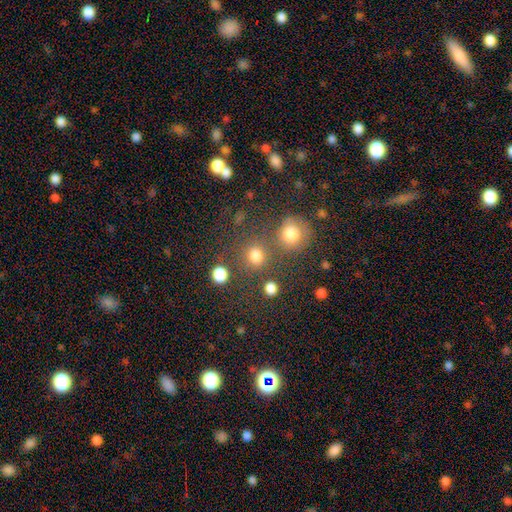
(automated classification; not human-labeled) This is likely a smooth galaxy (79%). How rounded: clearly round (88%). Merging: likely none (68%).